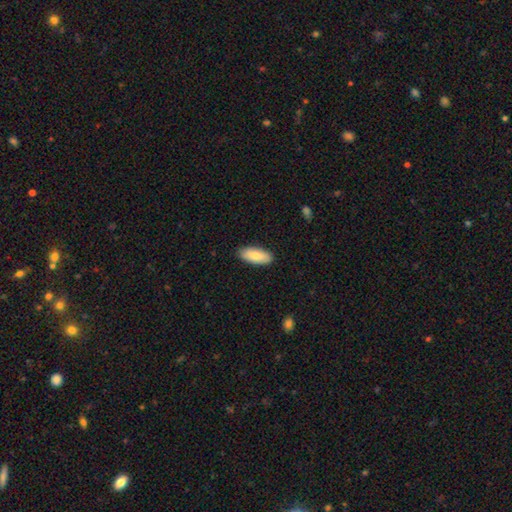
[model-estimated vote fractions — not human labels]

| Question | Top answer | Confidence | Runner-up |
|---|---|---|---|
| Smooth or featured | smooth | 84% | featured or disk (10%) |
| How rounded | in between | 84% | cigar-shaped (14%) |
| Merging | none | 88% | minor disturbance (9%) |